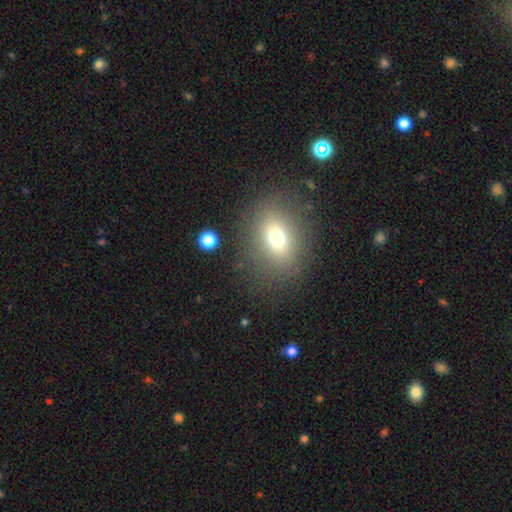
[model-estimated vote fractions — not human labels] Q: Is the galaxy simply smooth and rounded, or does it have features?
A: smooth — 66%.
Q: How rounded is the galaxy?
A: in between — 66%.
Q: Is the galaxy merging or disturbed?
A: none — 84%.